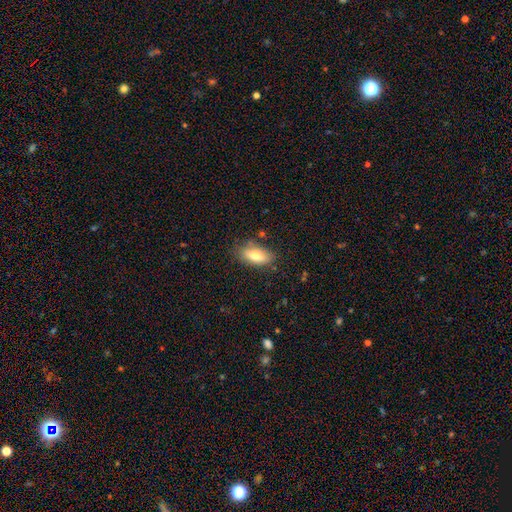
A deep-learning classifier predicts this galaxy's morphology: Smooth or featured?
  - smooth: 76% *
  - featured or disk: 17%
  - star or artifact: 8%
How rounded?
  - in between: 84% *
  - cigar-shaped: 13%
  - round: 3%
Merging?
  - none: 76% *
  - minor disturbance: 17%
  - major disturbance: 4%
  - merger: 3%